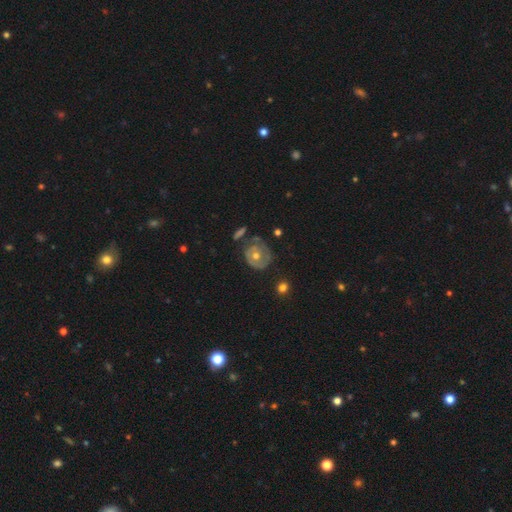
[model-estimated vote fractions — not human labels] smooth_or_featured: featured or disk (p=0.69) [alt: smooth p=0.24]
disk_edge_on: no (p=0.96) [alt: yes p=0.04]
bar: no (p=0.84) [alt: weak p=0.12]
has_spiral_arms: yes (p=0.61) [alt: no p=0.39]
bulge_size: moderate (p=0.69) [alt: small p=0.26]
merging: none (p=0.62) [alt: minor disturbance p=0.21]